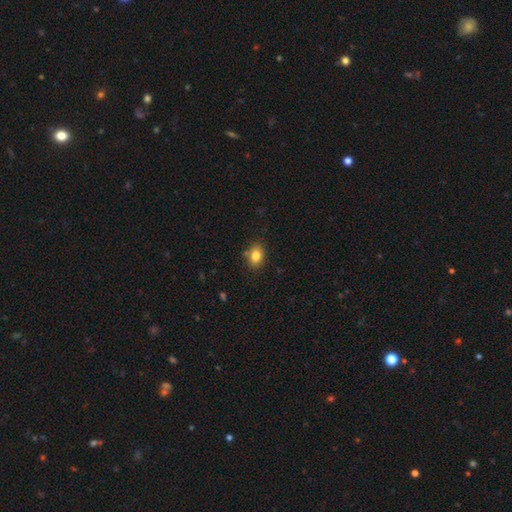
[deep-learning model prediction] Smooth or featured? Predicted: smooth (p=0.83). How rounded? Predicted: in between (p=0.71). Merging? Predicted: none (p=0.81).